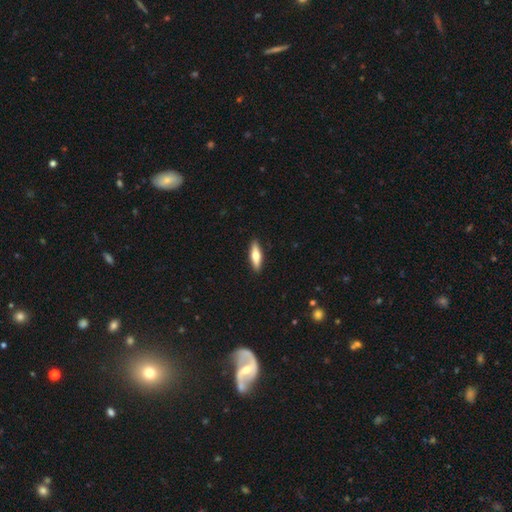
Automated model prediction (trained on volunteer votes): Smooth or featured? Predicted: smooth (p=0.62). How rounded? Predicted: cigar-shaped (p=0.59). Merging? Predicted: none (p=0.91).